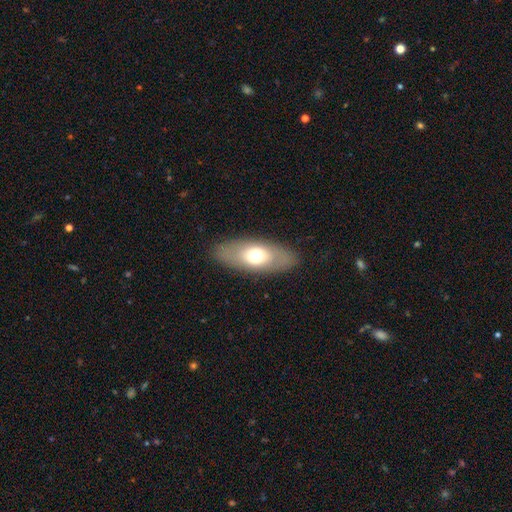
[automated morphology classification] A smooth galaxy with no disk features (61%) that is in between round and cigar-shaped (82%). Merging: none (87%).